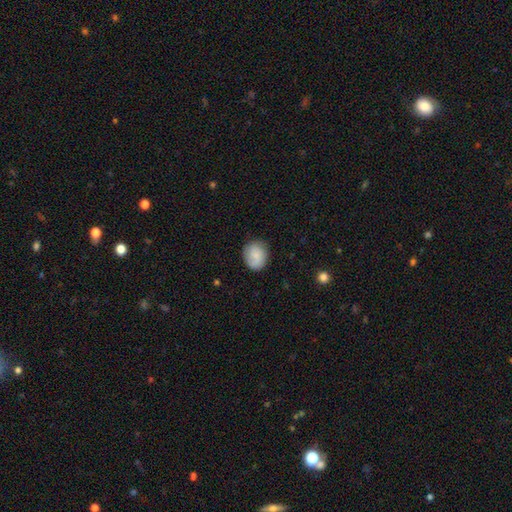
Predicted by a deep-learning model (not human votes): Morphology: type=smooth (76%); roundness=round (61%); merging=none (77%).